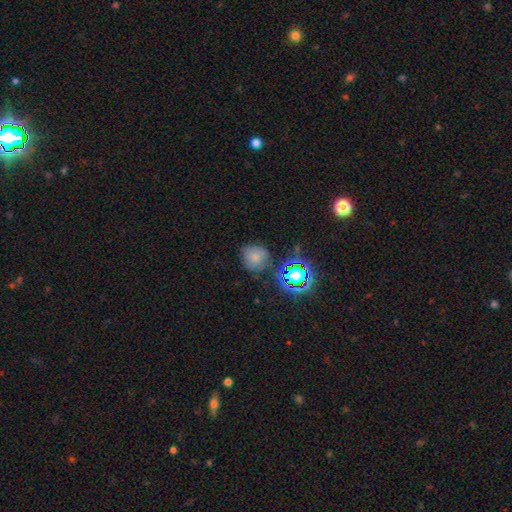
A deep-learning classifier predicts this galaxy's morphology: Smooth or featured? smooth (66%)
How rounded? round (84%)
Merging? none (69%)